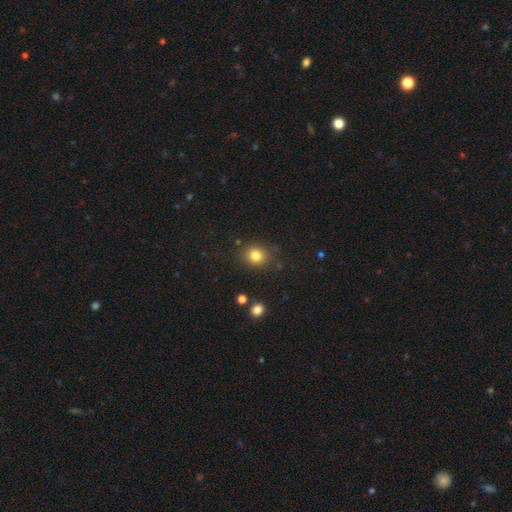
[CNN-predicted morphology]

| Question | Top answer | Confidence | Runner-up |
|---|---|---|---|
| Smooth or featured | smooth | 82% | star or artifact (12%) |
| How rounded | round | 82% | in between (17%) |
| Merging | none | 84% | minor disturbance (10%) |